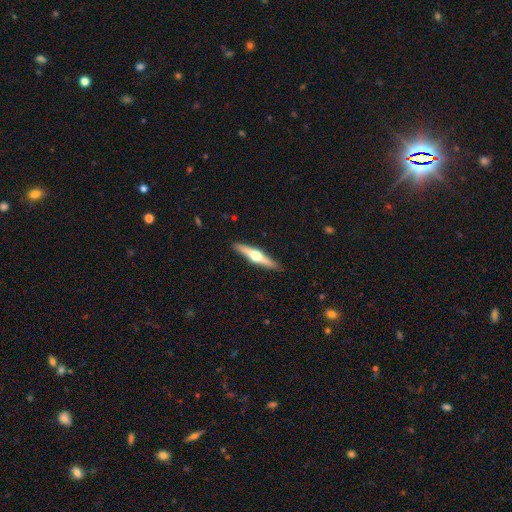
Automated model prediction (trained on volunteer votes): A featured or disk galaxy (68%) viewed edge-on (97%) with a rounded central bulge (95%). Merging: none (91%).